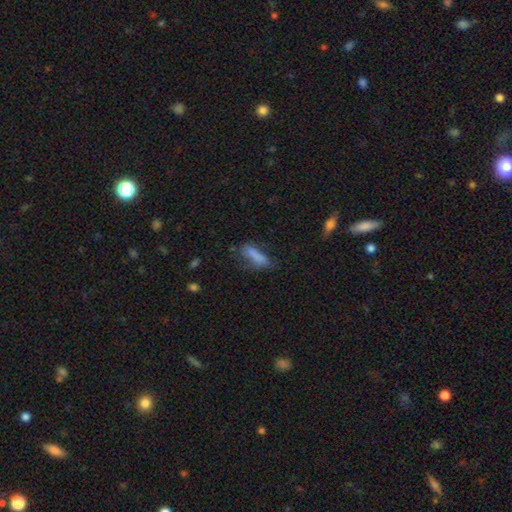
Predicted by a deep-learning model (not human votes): The model was most divided on "how rounded": cigar-shaped: 51%, in between: 47%, round: 3%. Remaining: smooth or featured — smooth (74%); merging — none (48%).